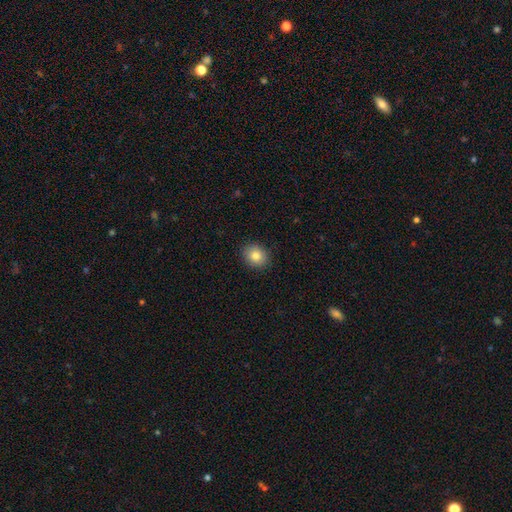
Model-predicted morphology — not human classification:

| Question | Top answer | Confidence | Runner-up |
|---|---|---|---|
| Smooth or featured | smooth | 82% | star or artifact (10%) |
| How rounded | round | 65% | in between (34%) |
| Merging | none | 90% | minor disturbance (7%) |